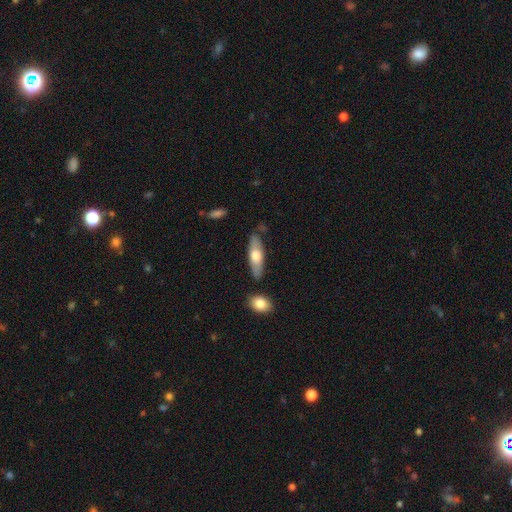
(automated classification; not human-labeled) Overall: smooth (57%; featured or disk 37%). How rounded: cigar-shaped (49%, tied with in between). Merging: none (78%).